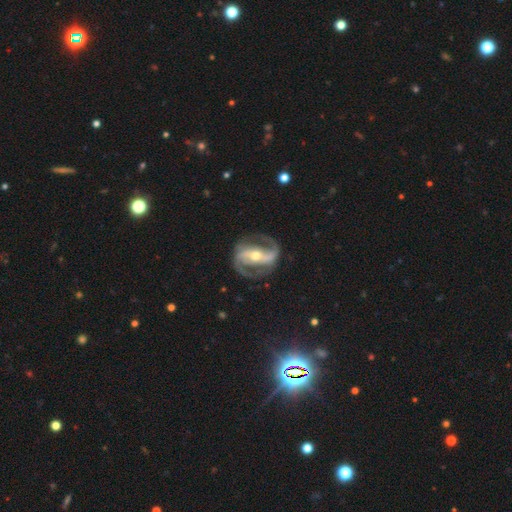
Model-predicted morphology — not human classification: Smooth or featured? Predicted: featured or disk (p=0.91). Edge-on disk? Predicted: no (p=0.96). Bar? Predicted: strong (p=0.62). Spiral arms? Predicted: yes (p=0.96). Spiral winding? Predicted: medium (p=0.53). Spiral arm count? Predicted: 2 (p=0.92). Bulge size? Predicted: moderate (p=0.61). Merging? Predicted: none (p=0.80).